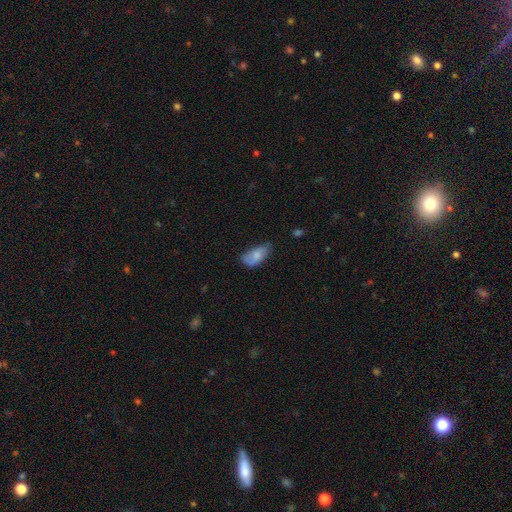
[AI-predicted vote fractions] Q: Smooth or featured?
A: smooth (76%); runner-up: featured or disk (17%)
Q: How rounded?
A: in between (92%); runner-up: cigar-shaped (5%)
Q: Merging?
A: none (48%); runner-up: minor disturbance (38%)